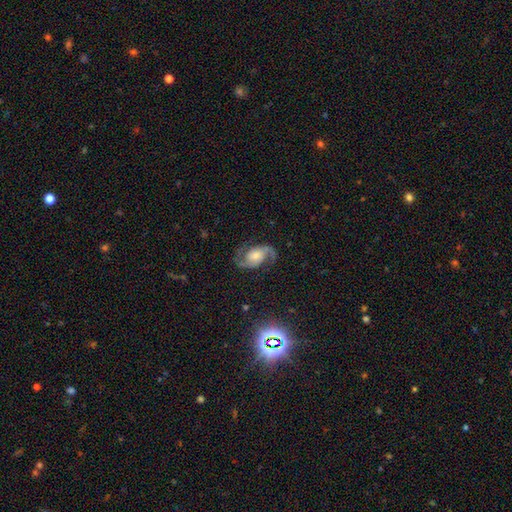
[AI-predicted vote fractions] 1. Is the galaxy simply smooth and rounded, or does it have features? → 87% featured or disk, 7% smooth, 6% star or artifact.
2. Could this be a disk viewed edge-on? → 98% no, 2% yes.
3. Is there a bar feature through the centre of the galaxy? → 63% no, 28% weak, 9% strong.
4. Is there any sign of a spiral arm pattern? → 97% yes, 3% no.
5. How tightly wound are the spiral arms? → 53% medium, 32% loose, 15% tight.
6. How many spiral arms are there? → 93% 2, 2% can't tell, 2% 1, 1% 3, 1% 4, 1% more than 4.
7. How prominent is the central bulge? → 44% moderate, 32% small, 15% large, 6% none, 3% dominant.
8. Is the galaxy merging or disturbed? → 76% none, 14% minor disturbance, 8% major disturbance, 1% merger.